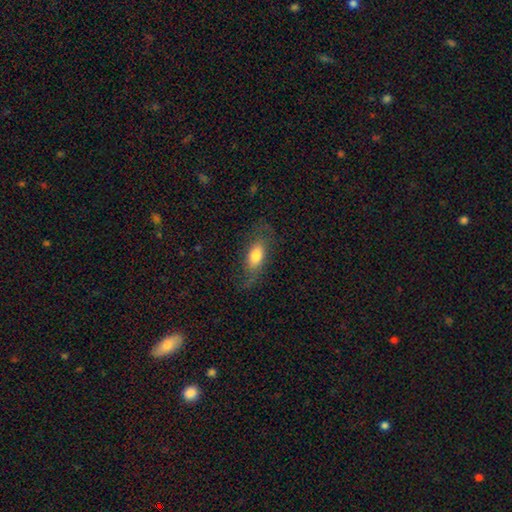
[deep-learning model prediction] This is likely a smooth galaxy (64%). How rounded: likely in between (78%). Merging: likely none (67%).